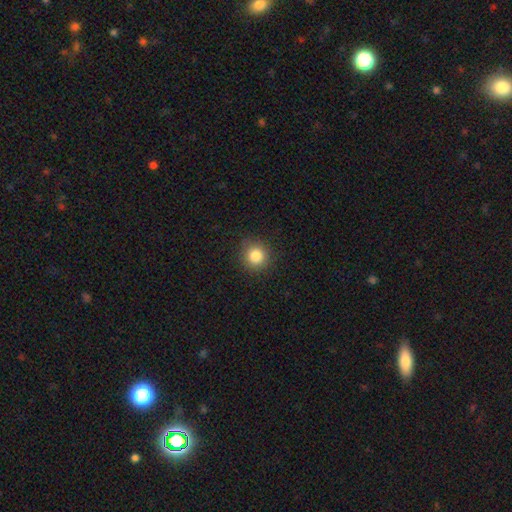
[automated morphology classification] A smooth galaxy with no disk features (83%) that is round (92%). Merging: none (89%).